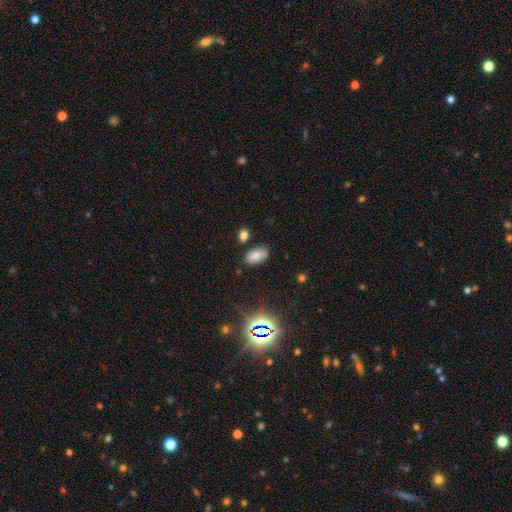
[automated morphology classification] A smooth galaxy with no disk features (78%) that is in between round and cigar-shaped (93%).

Vote fractions:
- Smooth or featured? smooth: 78% / star or artifact: 13% / featured or disk: 8%
- How rounded? in between: 93% / round: 4% / cigar-shaped: 2%
- Merging? none: 74% / minor disturbance: 16% / merger: 5% / major disturbance: 4%